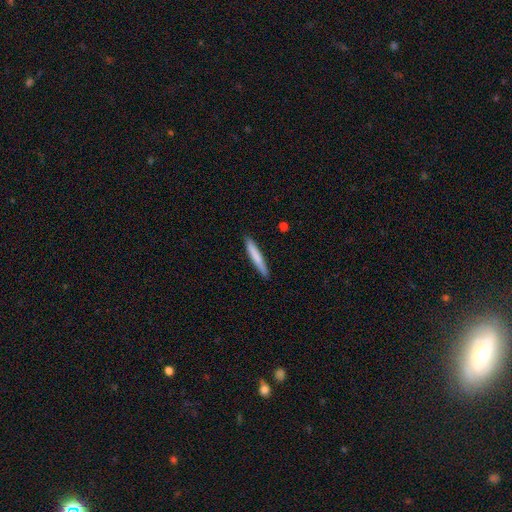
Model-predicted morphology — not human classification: smooth 76%, featured or disk 19%, star or artifact 5%. Down the decision tree: how rounded — cigar-shaped (95%); merging — none (90%).